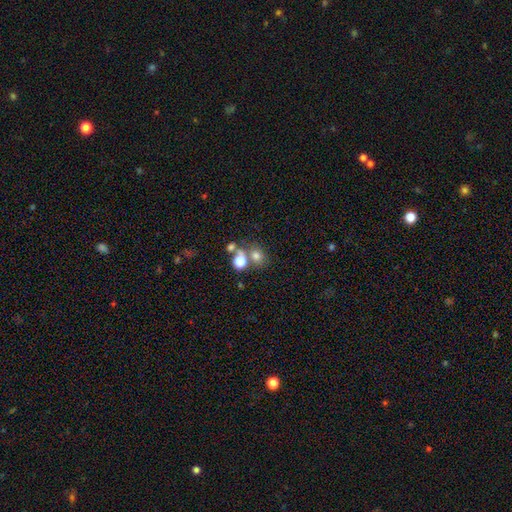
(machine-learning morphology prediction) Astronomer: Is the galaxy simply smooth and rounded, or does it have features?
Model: smooth — 69%.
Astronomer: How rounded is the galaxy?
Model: round — 70%.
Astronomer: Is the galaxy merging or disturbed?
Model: none — 57%.